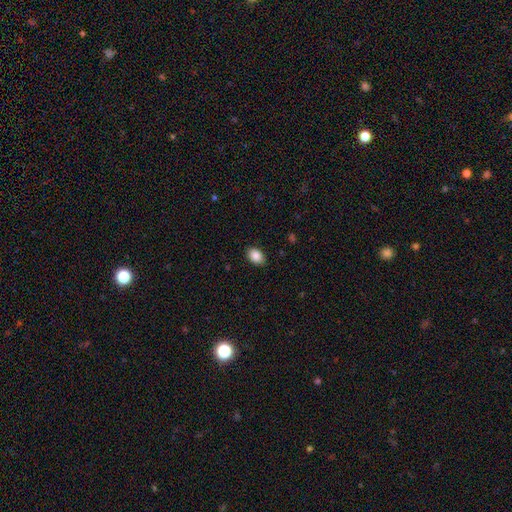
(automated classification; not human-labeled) Morphology: type=smooth (88%); roundness=in between (82%); merging=none (88%).